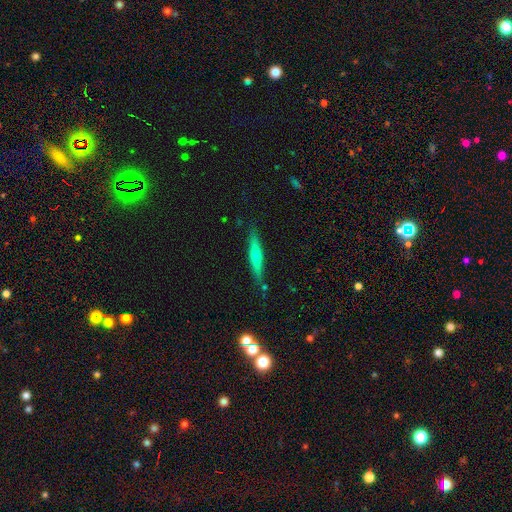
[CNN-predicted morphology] smooth_or_featured: featured or disk (p=0.49) [alt: smooth p=0.44]
merging: none (p=0.86) [alt: minor disturbance p=0.10]